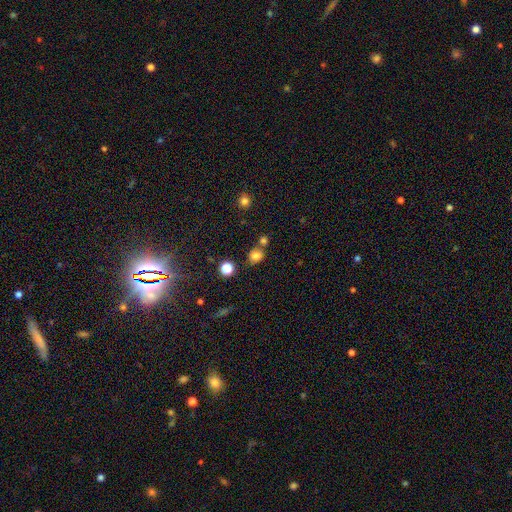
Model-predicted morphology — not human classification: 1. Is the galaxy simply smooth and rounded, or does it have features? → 79% smooth, 14% star or artifact, 7% featured or disk.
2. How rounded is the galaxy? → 64% round, 35% in between, 1% cigar-shaped.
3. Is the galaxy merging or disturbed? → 63% none, 20% merger, 13% minor disturbance, 4% major disturbance.